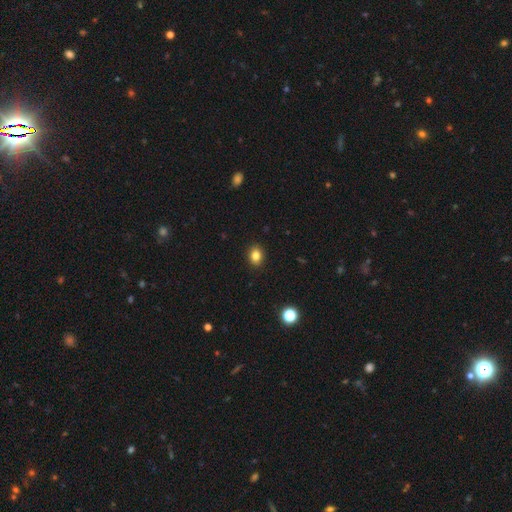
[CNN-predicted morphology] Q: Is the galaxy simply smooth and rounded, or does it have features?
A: smooth — 84%.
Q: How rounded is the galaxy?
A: in between — 52%.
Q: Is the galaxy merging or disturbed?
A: none — 91%.